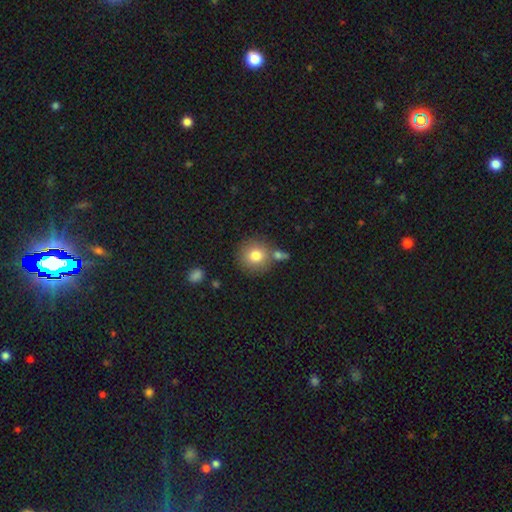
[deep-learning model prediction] Overall: smooth (79%). How rounded: round (89%). Merging: none (73%).